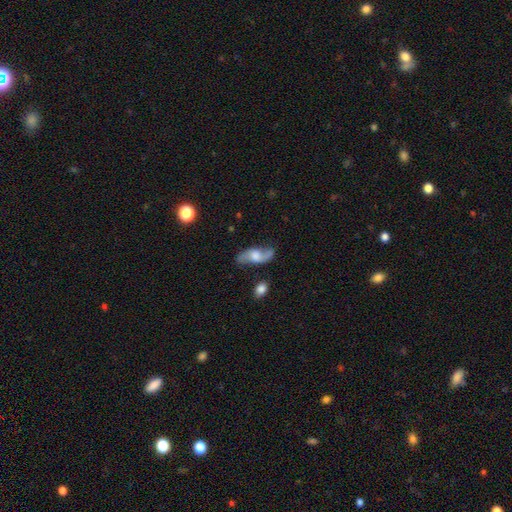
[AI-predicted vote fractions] Morphology: type=featured or disk (69%); edge-on=no (88%); bar=no (58%); spiral arms=yes (91%); winding=loose (72%); arm count=2 (89%); bulge=moderate (43%); merging=none (68%).